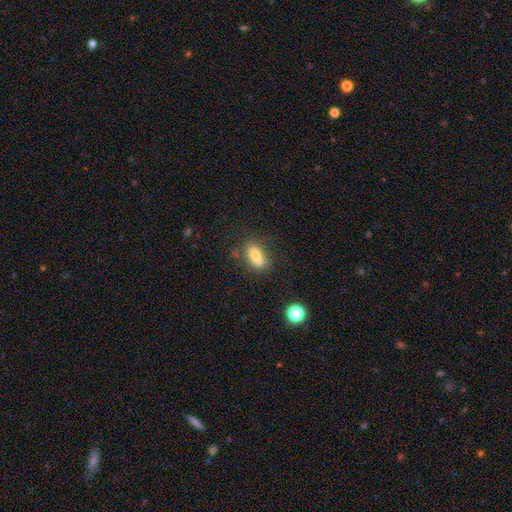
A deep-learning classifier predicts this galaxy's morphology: smooth-or-featured: smooth: 70% | featured or disk: 20% | star or artifact: 10%
  how-rounded: in between: 78% | round: 13% | cigar-shaped: 8%
  merging: none: 45% | merger: 34% | minor disturbance: 15% | major disturbance: 6%